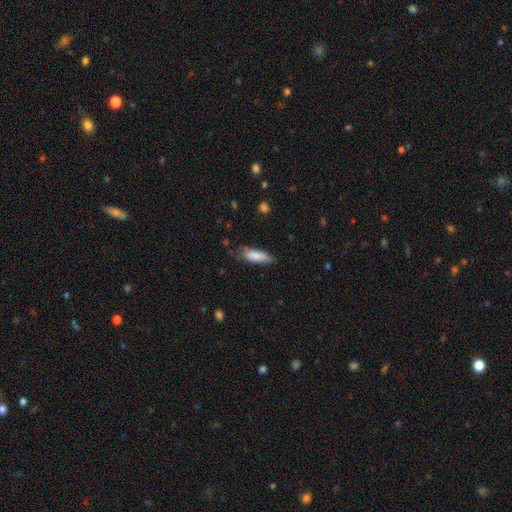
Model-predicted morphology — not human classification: type=smooth (82%); roundness=in between (53%); merging=none (62%).